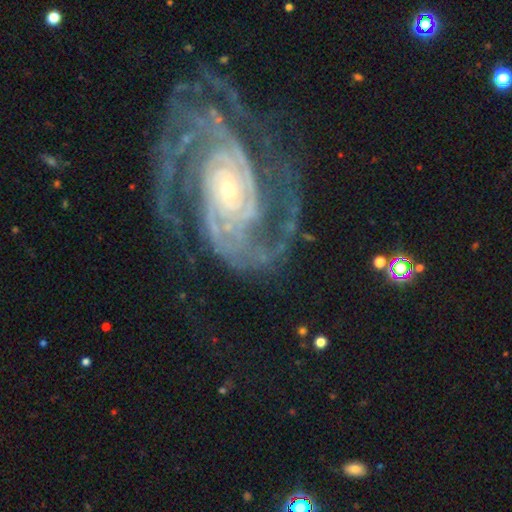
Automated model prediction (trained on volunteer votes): Q: Smooth or featured?
A: featured or disk (91%); runner-up: star or artifact (6%)
Q: Edge-on disk?
A: no (97%); runner-up: yes (3%)
Q: Bar?
A: no (63%); runner-up: weak (23%)
Q: Spiral arms?
A: yes (98%); runner-up: no (2%)
Q: Spiral winding?
A: tight (57%); runner-up: medium (36%)
Q: Spiral arm count?
A: 2 (52%); runner-up: 3 (15%)
Q: Bulge size?
A: small (75%); runner-up: moderate (19%)
Q: Merging?
A: none (68%); runner-up: minor disturbance (16%)